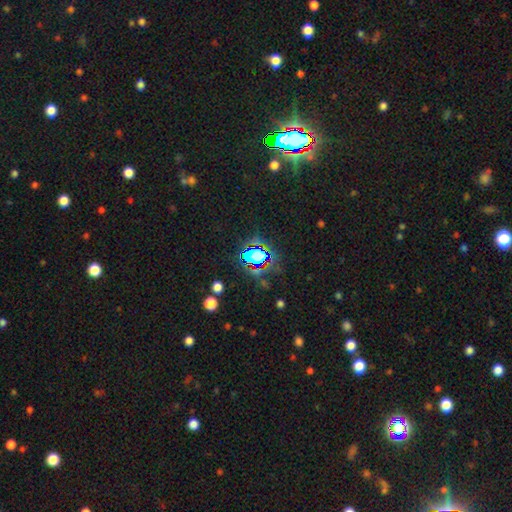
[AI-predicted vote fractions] Morphology: type=star or artifact (58%).